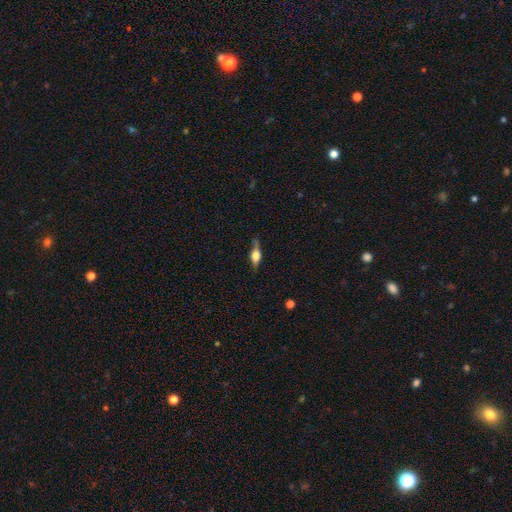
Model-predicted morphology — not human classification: A smooth galaxy with no disk features (47%).

Vote fractions:
- Smooth or featured? smooth: 47% / featured or disk: 45% / star or artifact: 8%
- Merging? none: 70% / minor disturbance: 22% / major disturbance: 7% / merger: 2%